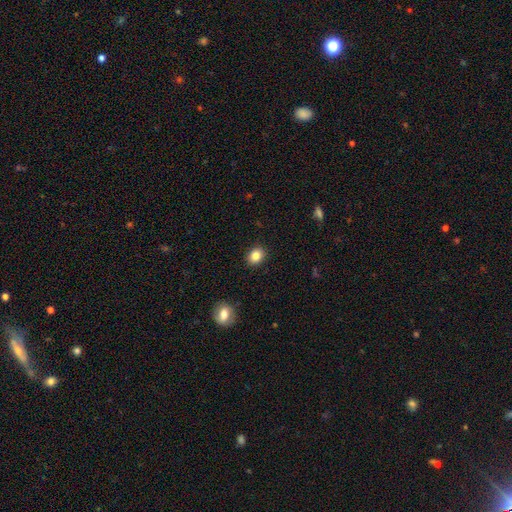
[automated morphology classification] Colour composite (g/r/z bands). It shows a smooth galaxy with no disk features (84%) that is round (52%). Merging: none (90%).